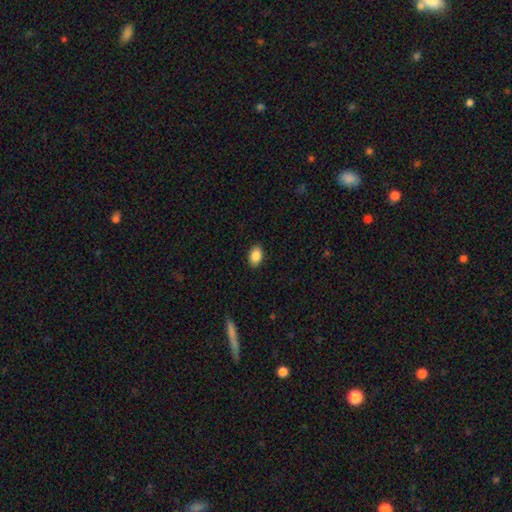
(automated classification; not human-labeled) Morphology: type=smooth (88%); roundness=in between (89%); merging=none (89%).